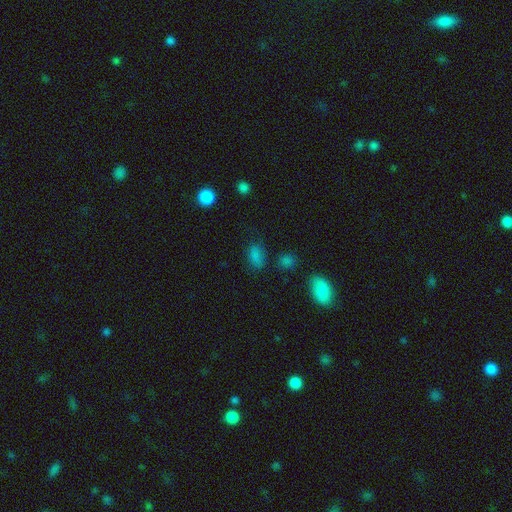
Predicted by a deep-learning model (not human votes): Morphology: type=smooth (78%); roundness=in between (87%); merging=none (69%).